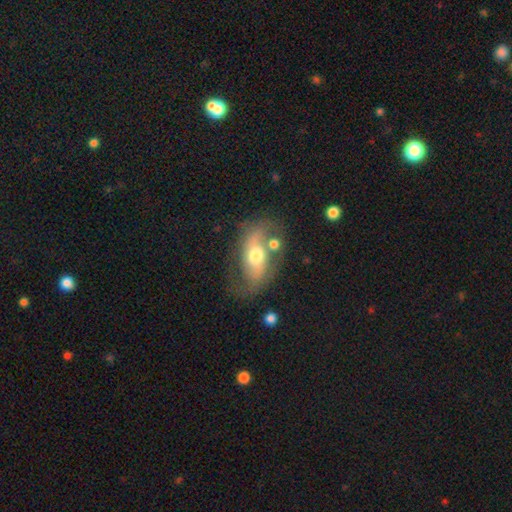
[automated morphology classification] Q: Smooth or featured?
A: featured or disk (67%); runner-up: smooth (25%)
Q: Edge-on disk?
A: no (93%); runner-up: yes (7%)
Q: Bar?
A: no (46%); runner-up: weak (36%)
Q: Spiral arms?
A: yes (76%); runner-up: no (24%)
Q: Bulge size?
A: moderate (67%); runner-up: large (20%)
Q: Merging?
A: none (53%); runner-up: minor disturbance (21%)